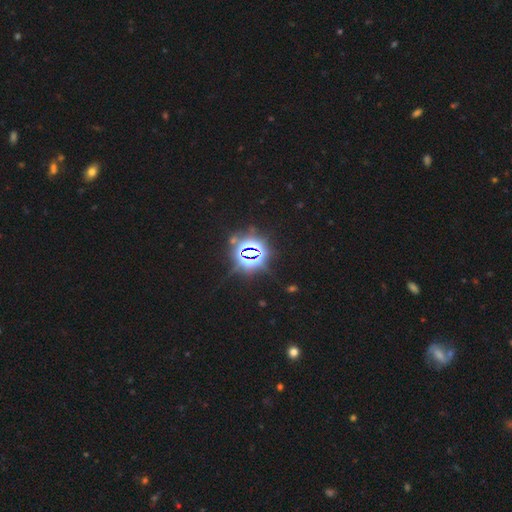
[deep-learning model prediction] Morphology: type=star or artifact (82%).